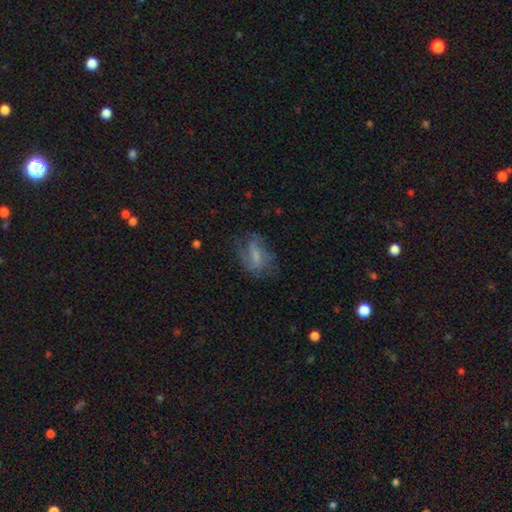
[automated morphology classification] This is possibly a featured or disk galaxy (58%). It is clearly not viewed edge-on (95%). Bar: possibly weak (47%). Spiral arm pattern: likely yes (77%). Central bulge: marginally small (38%). Merging: possibly none (54%).